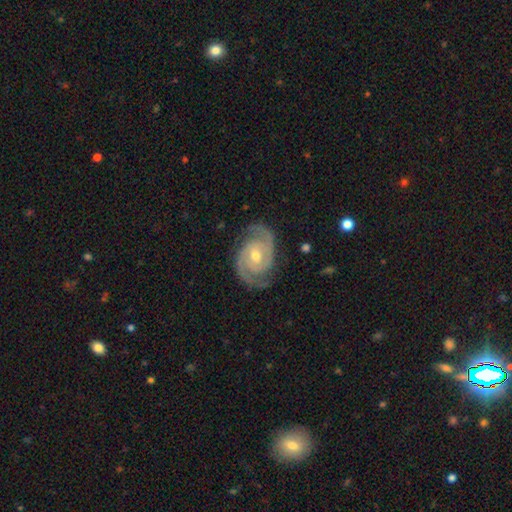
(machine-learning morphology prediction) This is clearly a featured or disk galaxy (92%). It is clearly not viewed edge-on (98%). Bar: possibly no (59%). Spiral arm pattern: clearly yes (98%). Spiral arm count: clearly 2 (91%). Spiral winding: possibly tight (54%). Central bulge: possibly moderate (59%). Merging: clearly none (83%).